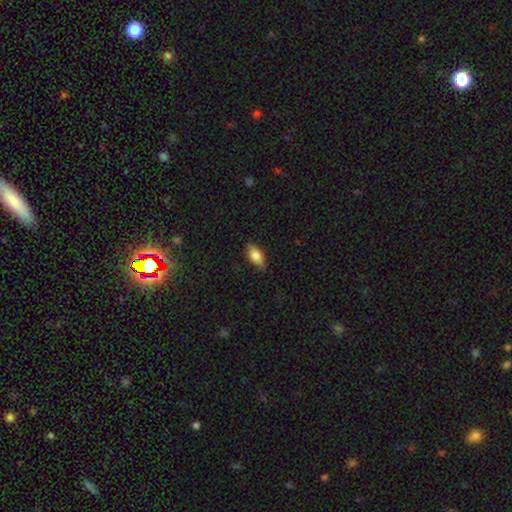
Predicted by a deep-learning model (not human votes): Smooth or featured? Predicted: smooth (p=0.79). How rounded? Predicted: in between (p=0.88). Merging? Predicted: none (p=0.81).